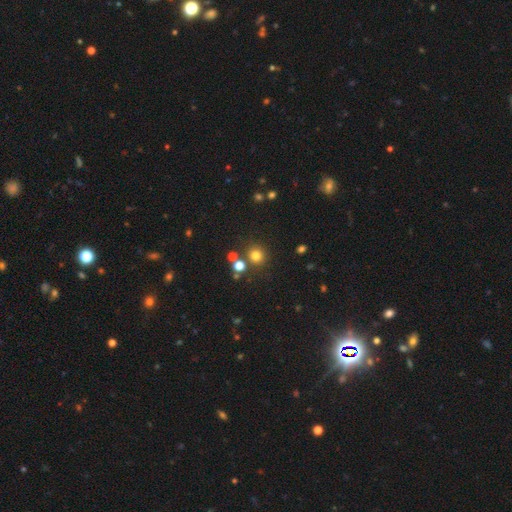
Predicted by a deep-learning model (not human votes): smooth_or_featured: smooth (p=0.77) [alt: star or artifact p=0.17]
how_rounded: round (p=0.92) [alt: in between p=0.07]
merging: none (p=0.80) [alt: merger p=0.09]